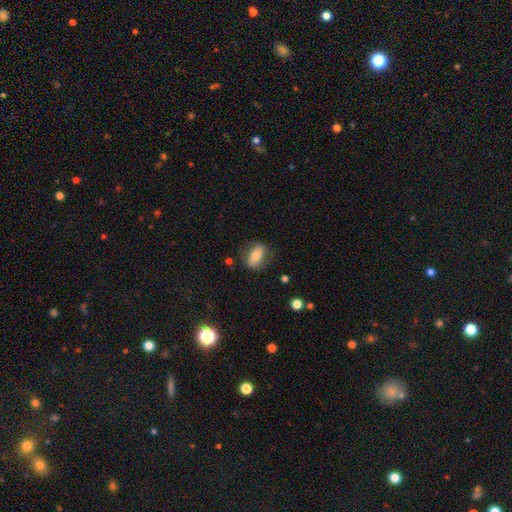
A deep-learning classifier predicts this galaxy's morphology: smooth 58%, featured or disk 34%, star or artifact 8%. Down the decision tree: how rounded — in between (79%); merging — none (72%).